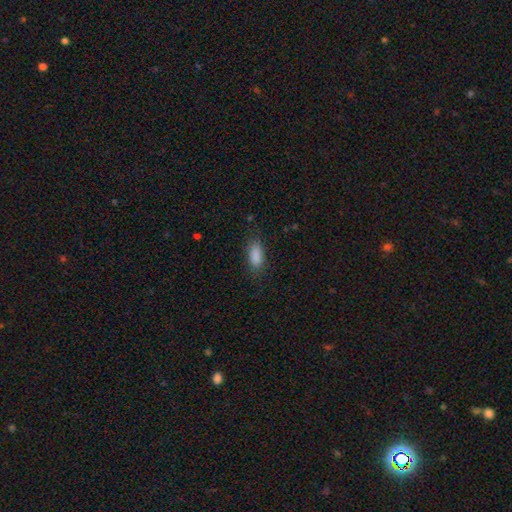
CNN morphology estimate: Smooth or featured?
  - smooth: 88% *
  - star or artifact: 8%
  - featured or disk: 5%
How rounded?
  - in between: 87% *
  - cigar-shaped: 10%
  - round: 3%
Merging?
  - none: 80% *
  - minor disturbance: 14%
  - major disturbance: 5%
  - merger: 1%